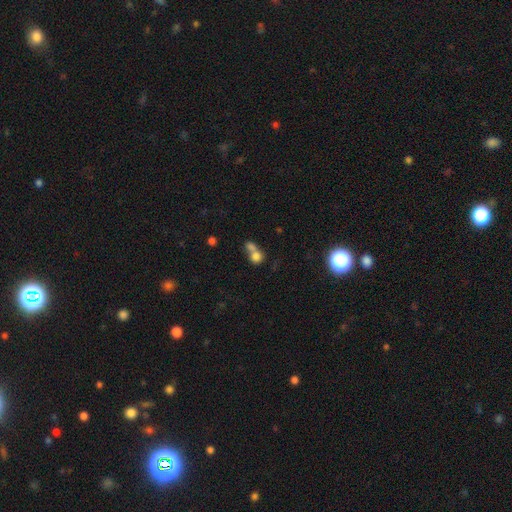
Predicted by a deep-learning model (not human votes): This appears to be a smooth galaxy with no disk features (76%) that is round (72%). Merging: merger (62%).